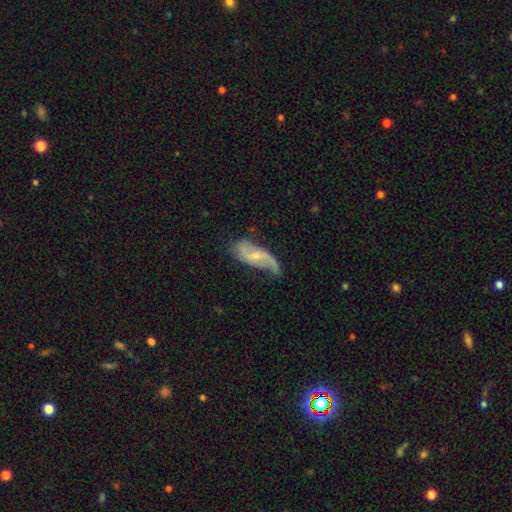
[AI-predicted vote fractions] The model was most divided on "bar": no: 45%, weak: 41%, strong: 14%. Remaining: edge-on disk — no (92%); spiral arms — yes (90%); spiral arm count — 2 (81%); smooth or featured — featured or disk (73%); bulge size — small (64%); spiral winding — loose (61%); merging — none (47%).